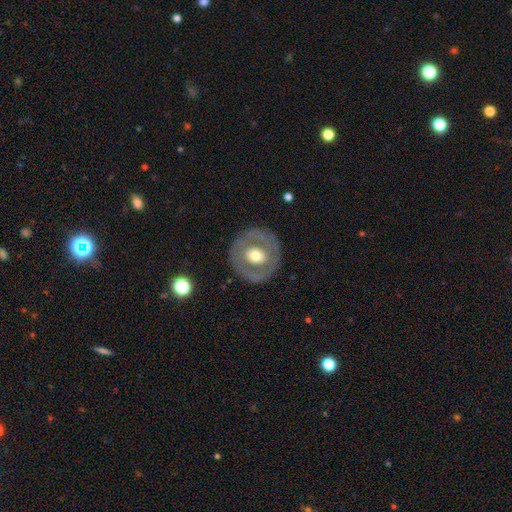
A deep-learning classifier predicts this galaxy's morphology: Smooth or featured?
  - featured or disk: 56% *
  - smooth: 38%
  - star or artifact: 6%
Edge-on disk?
  - no: 95% *
  - yes: 5%
Bar?
  - no: 76% *
  - weak: 17%
  - strong: 7%
Spiral arms?
  - no: 80% *
  - yes: 20%
Bulge size?
  - moderate: 64% *
  - large: 24%
  - small: 8%
  - dominant: 2%
  - none: 1%
Merging?
  - none: 84% *
  - minor disturbance: 10%
  - major disturbance: 5%
  - merger: 1%